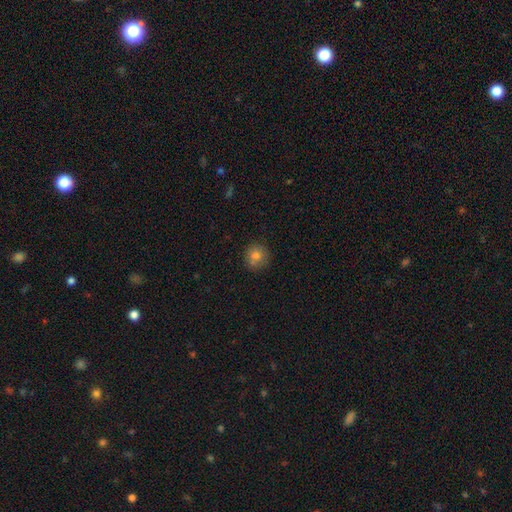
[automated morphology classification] smooth-or-featured: smooth: 79% | star or artifact: 12% | featured or disk: 10%
  how-rounded: round: 89% | in between: 10% | cigar-shaped: 1%
  merging: none: 76% | minor disturbance: 13% | merger: 7% | major disturbance: 3%